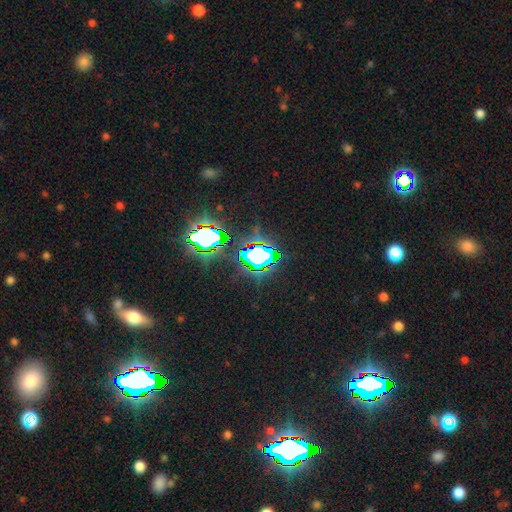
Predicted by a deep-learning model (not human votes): A star or artifact, not a galaxy (72%).